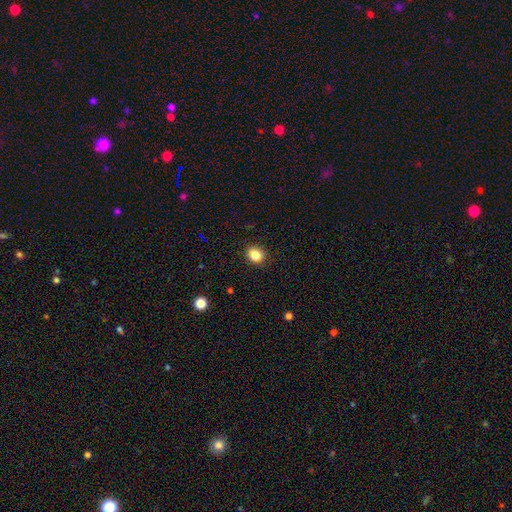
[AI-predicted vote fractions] smooth 86%, star or artifact 10%, featured or disk 4%. Down the decision tree: how rounded — in between (60%); merging — none (88%).